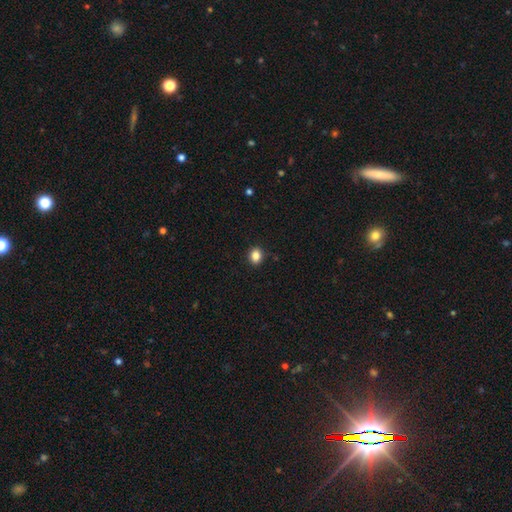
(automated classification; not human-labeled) smooth-or-featured: smooth: 85% | star or artifact: 10% | featured or disk: 4%
  how-rounded: round: 59% | in between: 40% | cigar-shaped: 1%
  merging: none: 90% | minor disturbance: 7% | major disturbance: 2% | merger: 1%